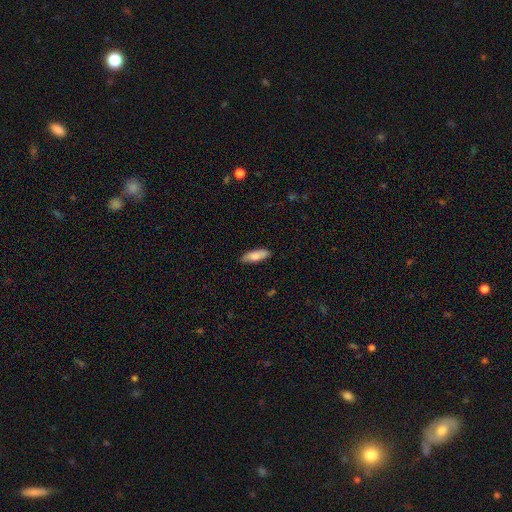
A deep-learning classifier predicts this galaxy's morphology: smooth 80%, featured or disk 15%, star or artifact 6%. Down the decision tree: how rounded — in between (54%); merging — none (85%).